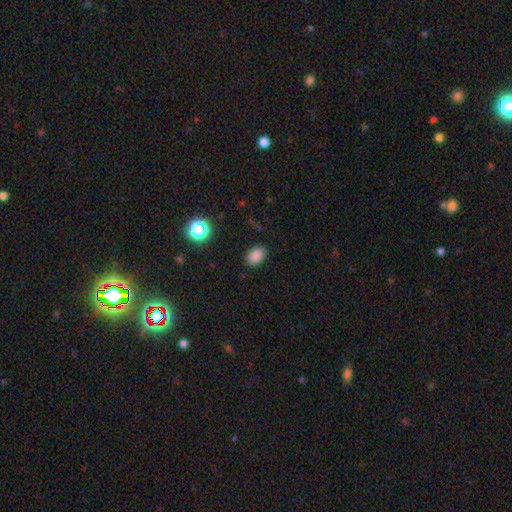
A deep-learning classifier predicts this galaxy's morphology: A smooth galaxy with no disk features (84%) that is in between round and cigar-shaped (79%). Merging: none (86%).